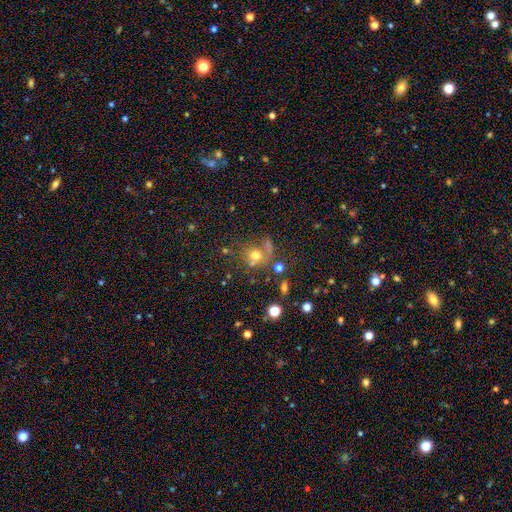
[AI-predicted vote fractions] A smooth galaxy with no disk features (59%) that is round (74%).

Vote fractions:
- Smooth or featured? smooth: 59% / featured or disk: 22% / star or artifact: 19%
- How rounded? round: 74% / in between: 25% / cigar-shaped: 1%
- Merging? none: 44% / merger: 23% / major disturbance: 18% / minor disturbance: 15%